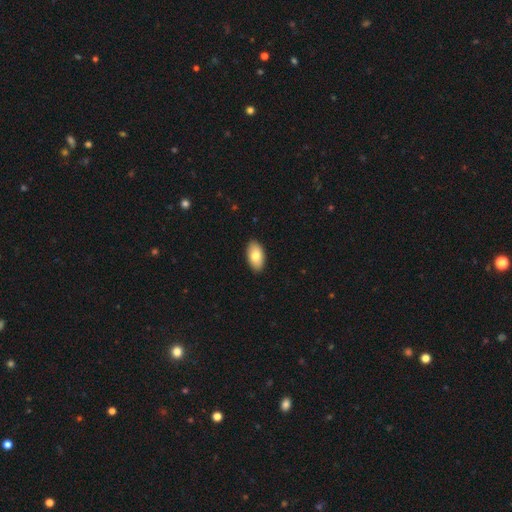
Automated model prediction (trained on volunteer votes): A smooth galaxy with no disk features (80%) that is in between round and cigar-shaped (95%). Merging: none (90%).